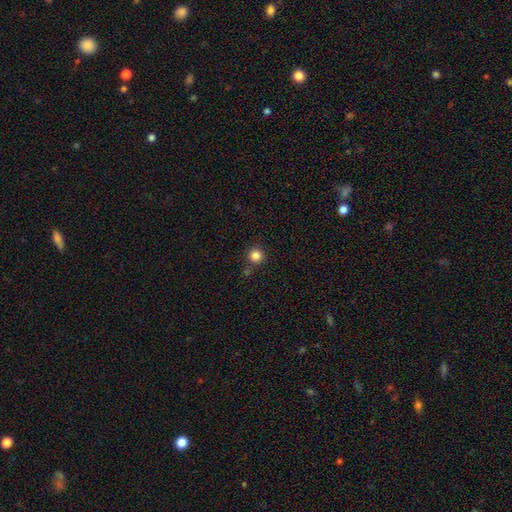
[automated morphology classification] A smooth galaxy with no disk features (83%) that is round (95%). Merging: none (83%).